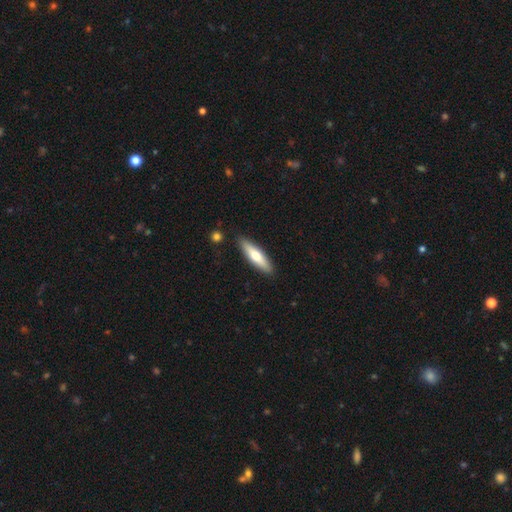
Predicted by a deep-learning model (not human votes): Q: Smooth or featured?
A: smooth (60%); runner-up: featured or disk (35%)
Q: How rounded?
A: cigar-shaped (71%); runner-up: in between (28%)
Q: Merging?
A: none (88%); runner-up: minor disturbance (8%)